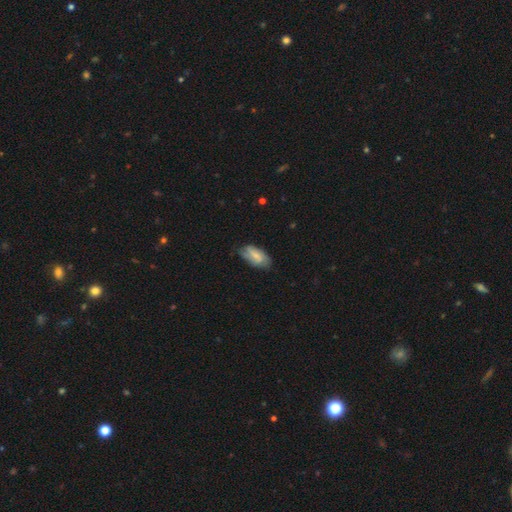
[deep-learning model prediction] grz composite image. It shows a smooth galaxy with no disk features (56%) that is in between round and cigar-shaped (90%). Merging: none (64%).